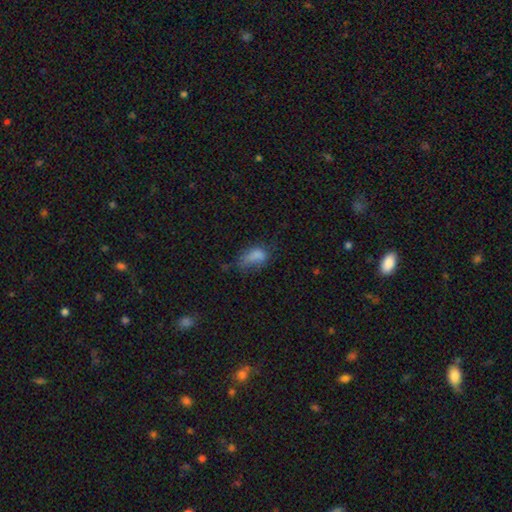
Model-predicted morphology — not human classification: The model was most divided on "merging": major disturbance: 36%, minor disturbance: 30%, none: 29%, merger: 5%. More confident: how rounded — in between (88%); smooth or featured — smooth (71%).